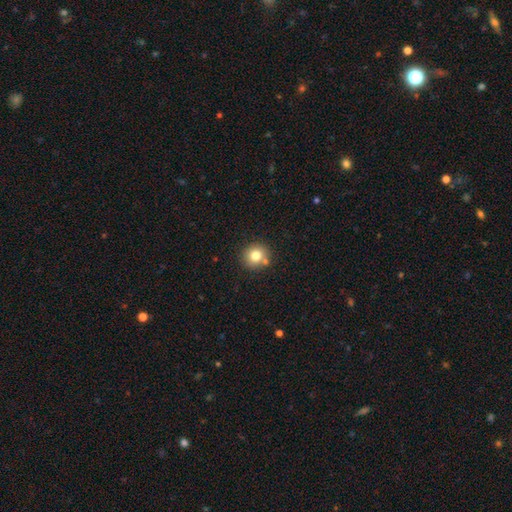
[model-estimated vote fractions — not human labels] This is likely a smooth galaxy (78%). How rounded: clearly round (88%). Merging: likely none (75%).